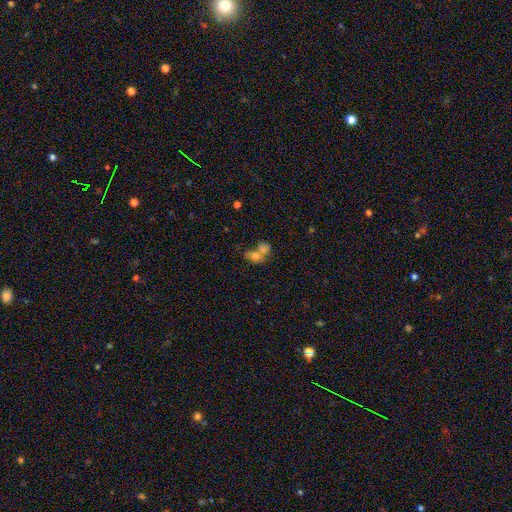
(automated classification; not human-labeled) Smooth or featured? smooth (74%)
How rounded? in between (67%)
Merging? merger (58%)